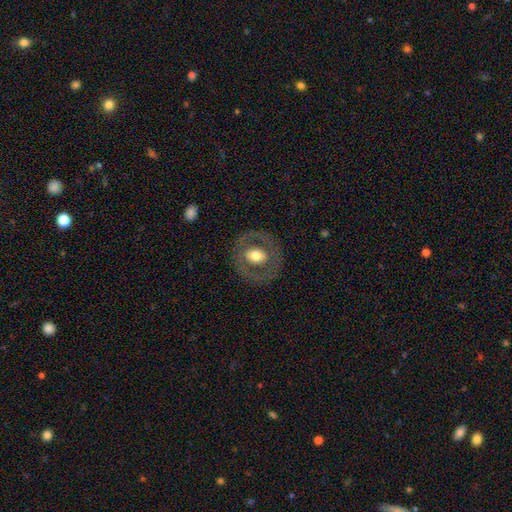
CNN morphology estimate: A featured or disk galaxy (50%). Merging: none (82%).